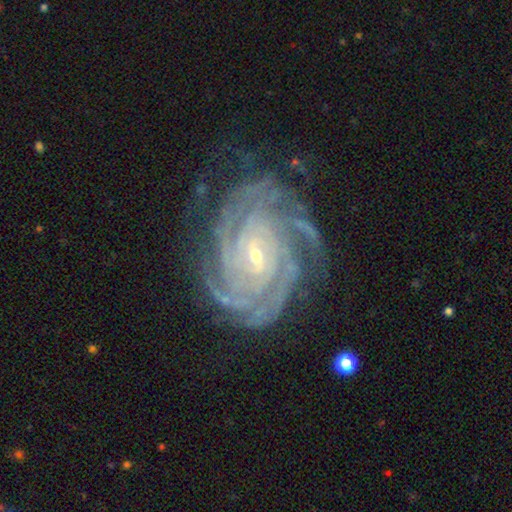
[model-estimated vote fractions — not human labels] A featured or disk galaxy (92%) with no bar (52%), 4 (31%) tight (82%) spiral arms (99%) and a small central bulge (78%).

Vote fractions:
- Smooth or featured? featured or disk: 92% / star or artifact: 5% / smooth: 3%
- Edge-on disk? no: 97% / yes: 3%
- Bar? no: 52% / weak: 33% / strong: 15%
- Spiral arms? yes: 99% / no: 1%
- Spiral winding? tight: 82% / medium: 15% / loose: 2%
- Spiral arm count? 4: 31% / more than 4: 22% / can't tell: 15% / 3: 14% / 2: 9% / 1: 7%
- Bulge size? small: 78% / moderate: 19% / large: 1% / none: 1% / dominant: 1%
- Merging? none: 76% / minor disturbance: 17% / major disturbance: 6% / merger: 1%